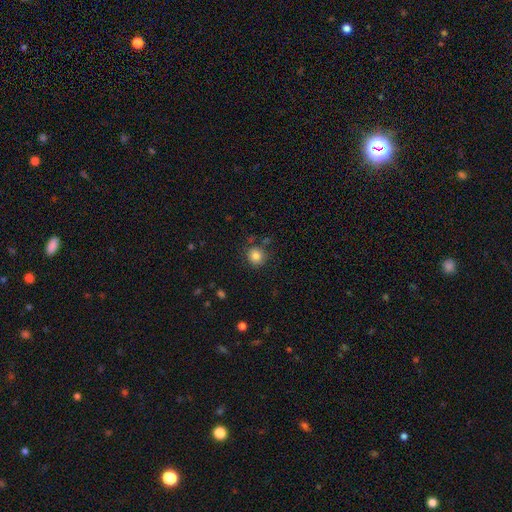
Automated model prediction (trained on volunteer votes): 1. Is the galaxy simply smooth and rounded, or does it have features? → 83% smooth, 11% star or artifact, 6% featured or disk.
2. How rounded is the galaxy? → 90% round, 9% in between, 1% cigar-shaped.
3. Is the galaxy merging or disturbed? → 82% none, 10% minor disturbance, 5% merger, 3% major disturbance.